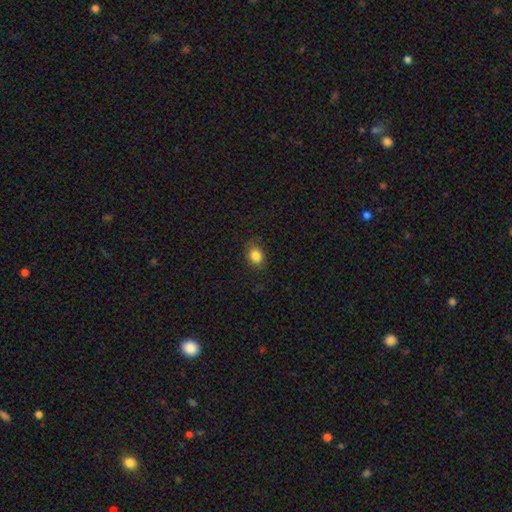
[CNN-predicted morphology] This appears to be a smooth galaxy with no disk features (84%) that is round (57%). Merging: none (80%).